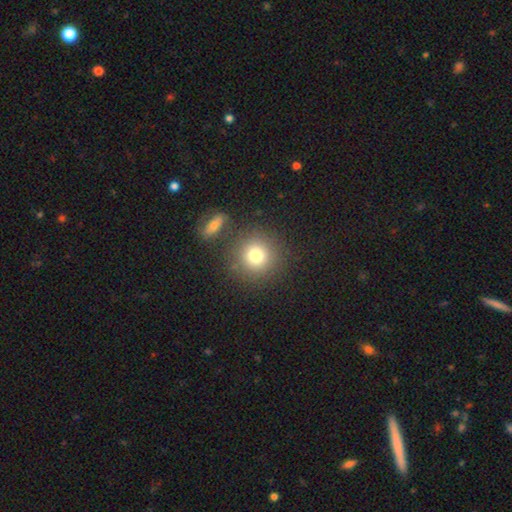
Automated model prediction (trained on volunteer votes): Smooth or featured: smooth — 77% (star or artifact — 13%)
How rounded: round — 93% (in between — 6%)
Merging: none — 81% (merger — 8%)